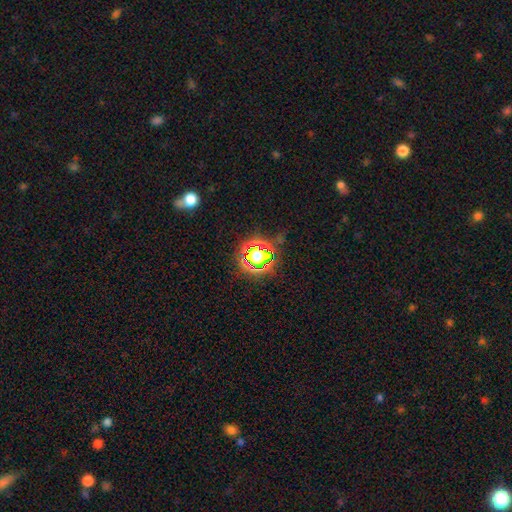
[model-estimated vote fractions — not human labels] Q: Smooth or featured?
A: star or artifact (51%); runner-up: smooth (37%)